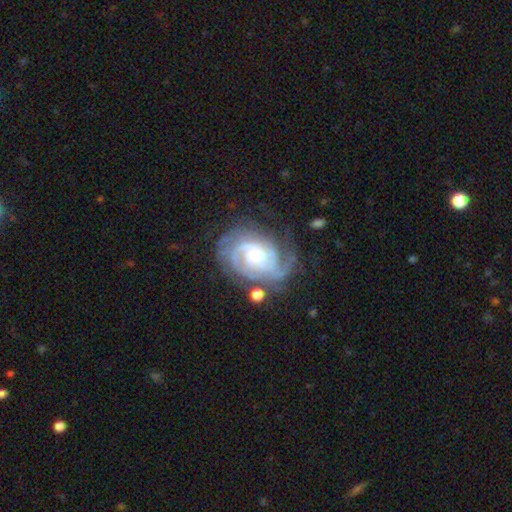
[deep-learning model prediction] Smooth or featured: featured or disk — 88% (smooth — 7%)
Edge-on disk: no — 98% (yes — 2%)
Bar: no — 52% (weak — 39%)
Spiral arms: yes — 97% (no — 3%)
Spiral winding: tight — 59% (medium — 33%)
Spiral arm count: 2 — 27% (can't tell — 26%)
Bulge size: moderate — 47% (small — 30%)
Merging: none — 61% (minor disturbance — 21%)